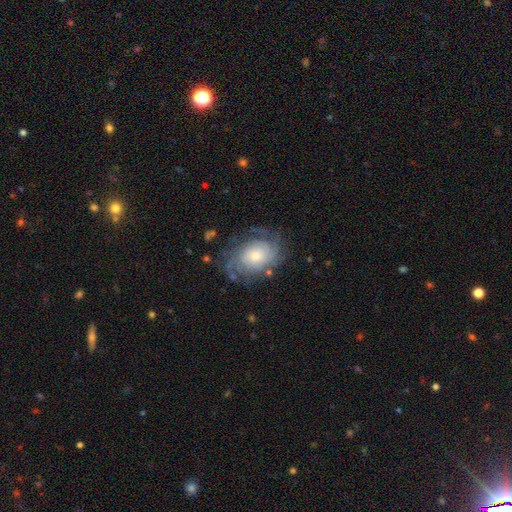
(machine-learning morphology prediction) Overall: featured or disk (79%). Edge-on disk: no (96%). Bar: no (77%). Spiral arms: yes (93%). Spiral arm count: can't tell (43%; 4 15%). Spiral winding: tight (65%; medium 26%). Bulge size: small (46%; moderate 43%). Merging: none (68%).